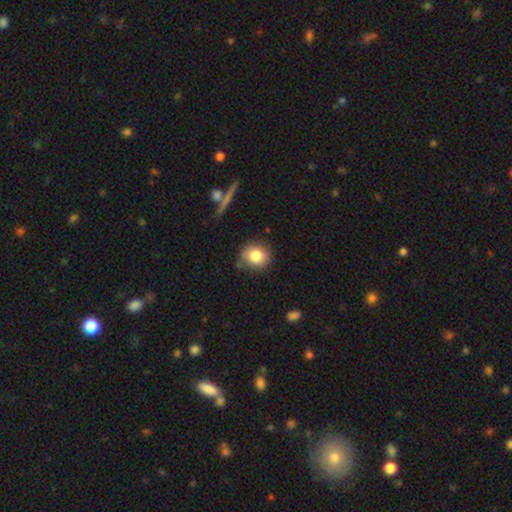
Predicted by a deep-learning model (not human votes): This is clearly a smooth galaxy (82%). How rounded: likely round (78%). Merging: clearly none (82%).